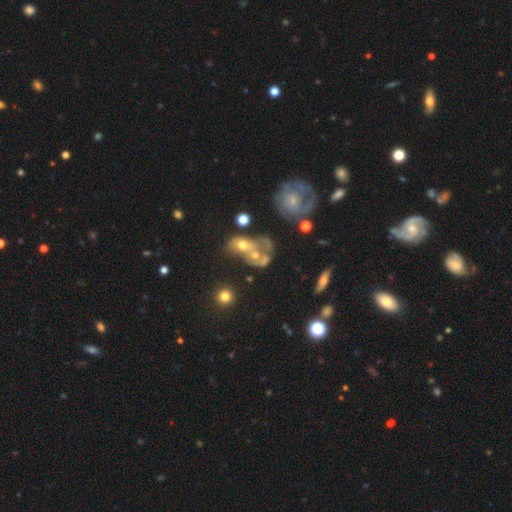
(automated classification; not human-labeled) Smooth or featured?
  - featured or disk: 47% *
  - smooth: 38%
  - star or artifact: 15%
Merging?
  - merger: 61% *
  - major disturbance: 18%
  - none: 14%
  - minor disturbance: 8%